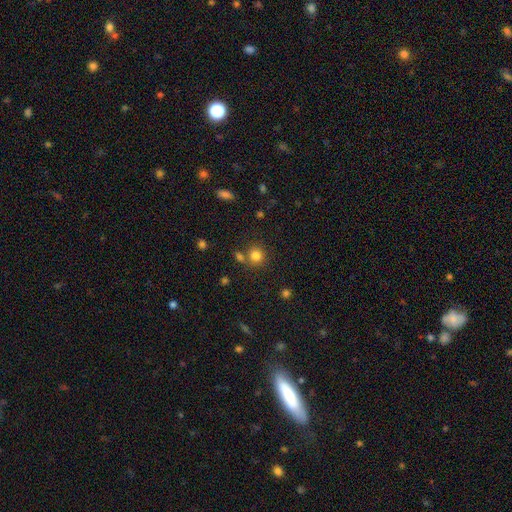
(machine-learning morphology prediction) Smooth or featured: smooth — 81% (star or artifact — 13%)
How rounded: round — 84% (in between — 15%)
Merging: none — 70% (merger — 16%)